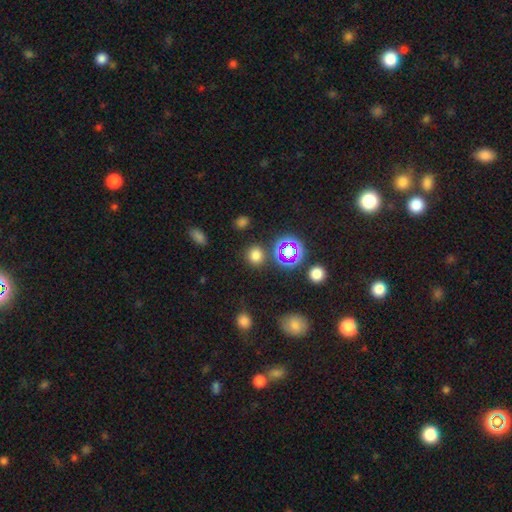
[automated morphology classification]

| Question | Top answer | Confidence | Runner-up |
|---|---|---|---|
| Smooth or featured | smooth | 72% | star or artifact (23%) |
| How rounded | round | 87% | in between (11%) |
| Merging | none | 85% | minor disturbance (8%) |